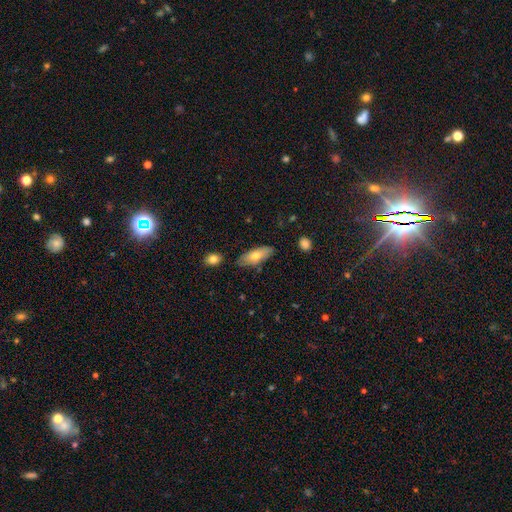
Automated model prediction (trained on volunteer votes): This is likely a smooth galaxy (70%). How rounded: likely in between (74%). Merging: likely none (78%).